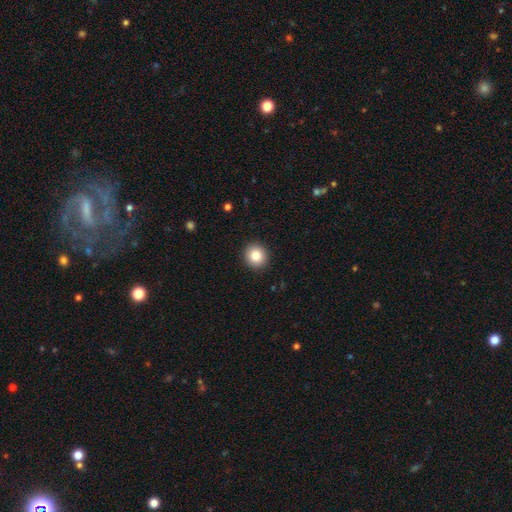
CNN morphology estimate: This appears to be a smooth galaxy with no disk features (84%) that is round (91%). Merging: none (92%).